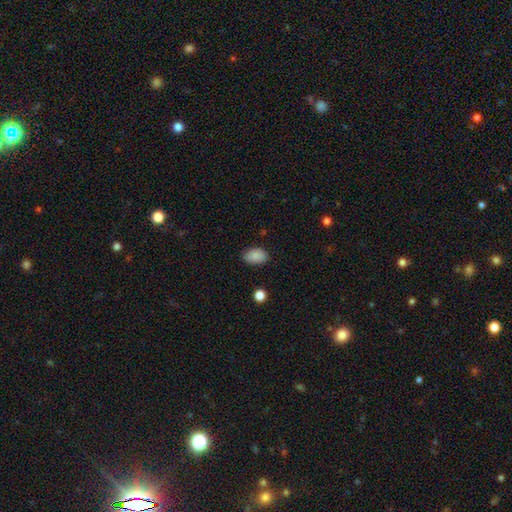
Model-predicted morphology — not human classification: A smooth galaxy with no disk features (88%) that is in between round and cigar-shaped (89%). Merging: none (83%).